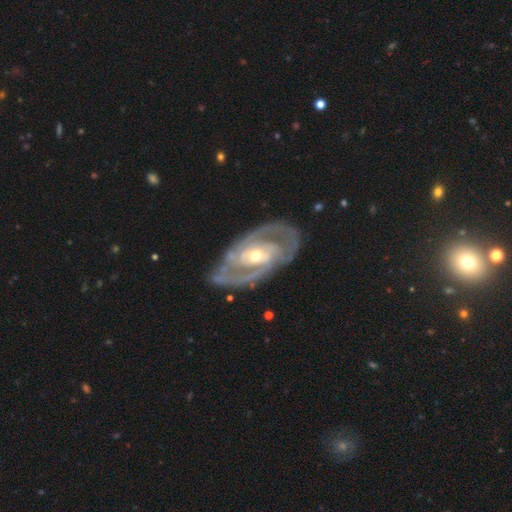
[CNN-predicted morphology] The model was most divided on "bar": no: 43%, weak: 35%, strong: 21%. More confident: spiral arms — yes (95%); edge-on disk — no (95%); smooth or featured — featured or disk (90%); merging — none (78%); spiral arm count — 2 (73%); bulge size — moderate (58%); spiral winding — tight (53%).